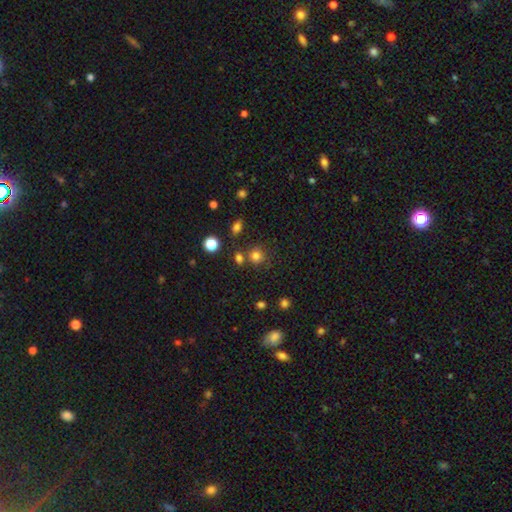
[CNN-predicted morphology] Smooth or featured?
  - smooth: 77% *
  - star or artifact: 16%
  - featured or disk: 7%
How rounded?
  - round: 87% *
  - in between: 12%
  - cigar-shaped: 1%
Merging?
  - none: 71% *
  - merger: 13%
  - minor disturbance: 11%
  - major disturbance: 4%